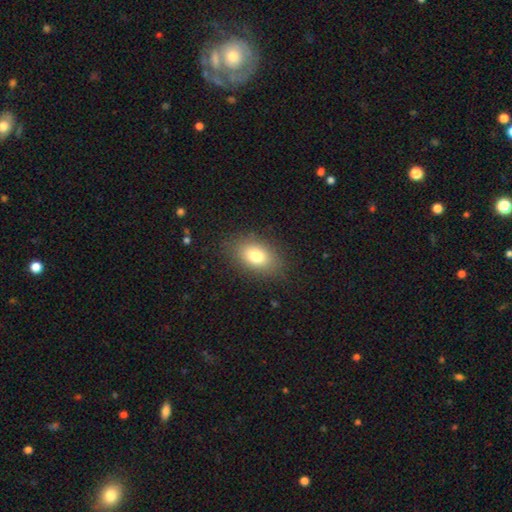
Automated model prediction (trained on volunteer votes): Smooth or featured? Predicted: smooth (p=0.78). How rounded? Predicted: in between (p=0.83). Merging? Predicted: none (p=0.84).